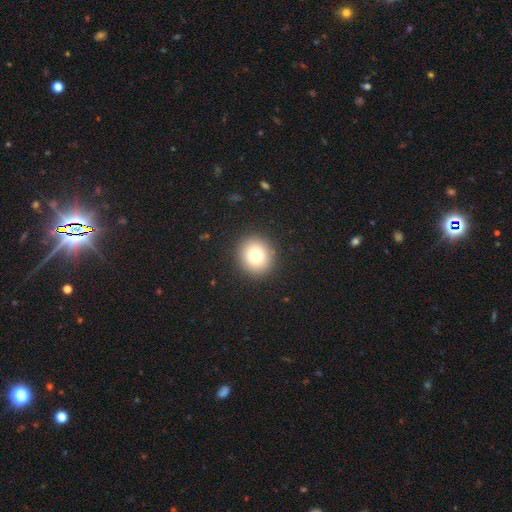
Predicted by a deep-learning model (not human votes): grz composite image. It shows a smooth galaxy with no disk features (77%) that is round (84%). Merging: none (91%).